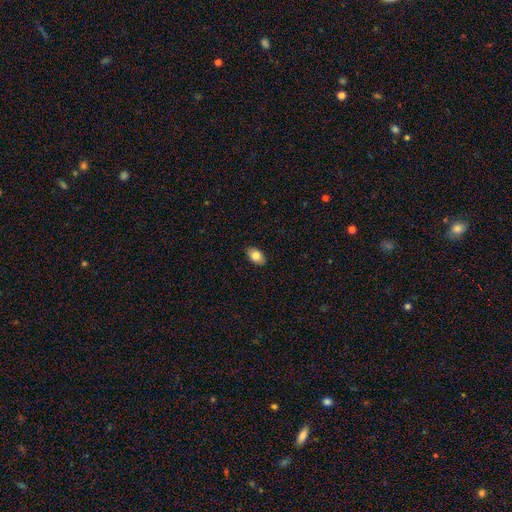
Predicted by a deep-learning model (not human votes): smooth_or_featured: smooth (p=0.81) [alt: featured or disk p=0.11]
how_rounded: in between (p=0.91) [alt: round p=0.08]
merging: none (p=0.88) [alt: minor disturbance p=0.09]